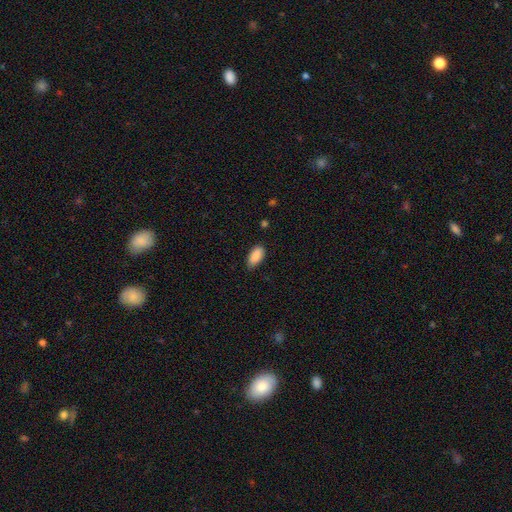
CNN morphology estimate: Overall: smooth (89%). How rounded: in between (92%). Merging: none (79%).